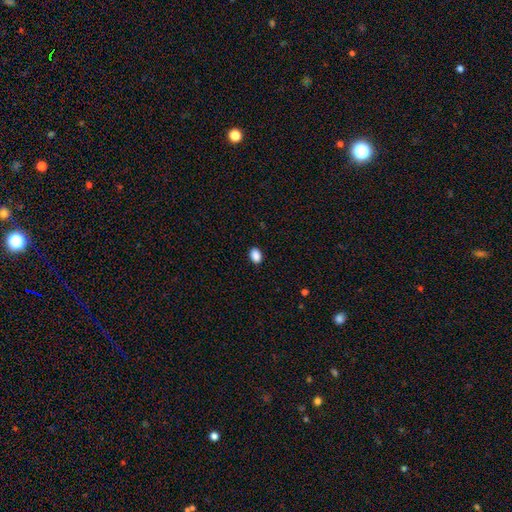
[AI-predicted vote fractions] A smooth galaxy with no disk features (89%) that is in between round and cigar-shaped (77%). Merging: none (89%).